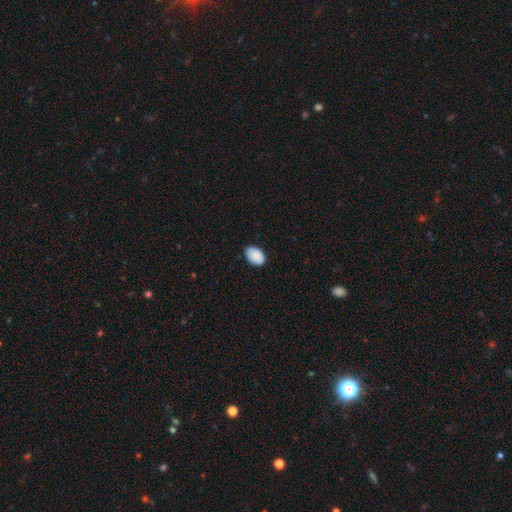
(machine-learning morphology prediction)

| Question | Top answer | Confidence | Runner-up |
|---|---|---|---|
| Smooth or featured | smooth | 89% | star or artifact (7%) |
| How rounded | in between | 86% | round (13%) |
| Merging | none | 82% | minor disturbance (14%) |